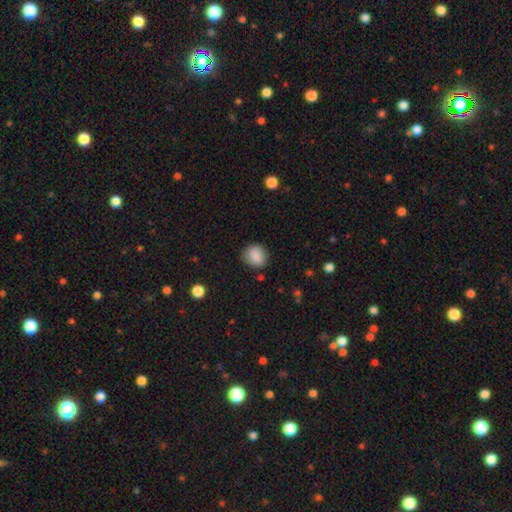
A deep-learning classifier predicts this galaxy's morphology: This appears to be a smooth galaxy with no disk features (86%) that is round (68%). Merging: none (82%).